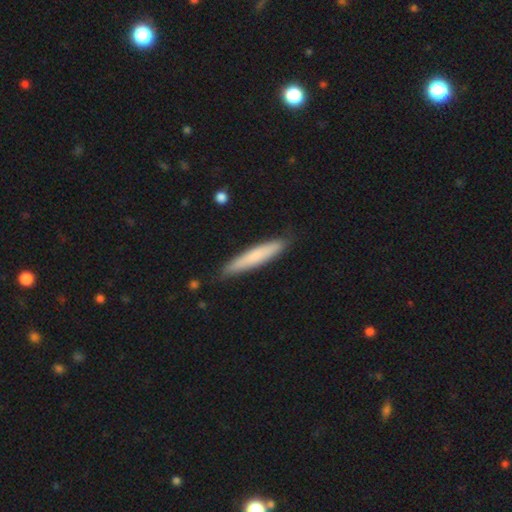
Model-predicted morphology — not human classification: Q: Smooth or featured?
A: smooth (73%); runner-up: featured or disk (22%)
Q: How rounded?
A: cigar-shaped (92%); runner-up: in between (7%)
Q: Merging?
A: none (85%); runner-up: minor disturbance (12%)